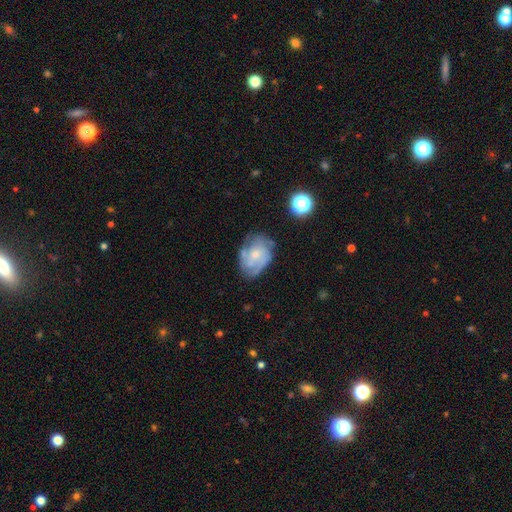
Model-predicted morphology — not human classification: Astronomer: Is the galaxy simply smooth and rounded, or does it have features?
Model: featured or disk — 59%.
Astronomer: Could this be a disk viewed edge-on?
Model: no — 97%.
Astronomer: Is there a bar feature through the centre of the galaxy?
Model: no — 79%.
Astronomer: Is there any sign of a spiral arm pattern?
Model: yes — 65%.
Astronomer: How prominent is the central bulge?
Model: small — 53% (runner-up: moderate, 35%).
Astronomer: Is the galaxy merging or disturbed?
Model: none — 54%.